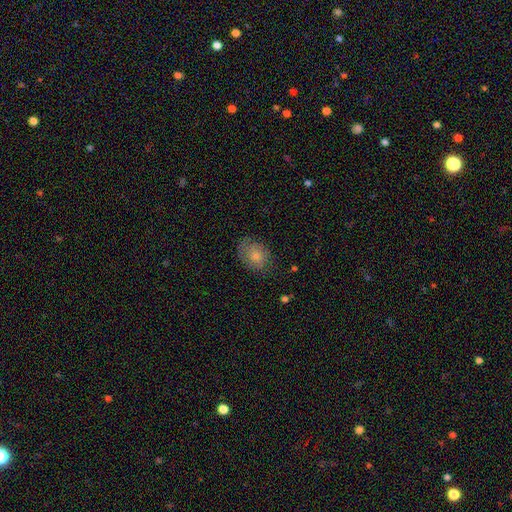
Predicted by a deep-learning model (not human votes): Smooth or featured? smooth (67%)
How rounded? in between (62%)
Merging? none (65%)